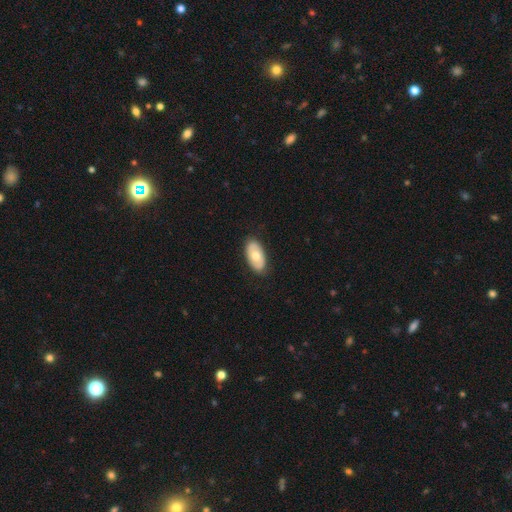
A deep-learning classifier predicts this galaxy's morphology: smooth-or-featured: smooth: 60% | featured or disk: 35% | star or artifact: 5%
  how-rounded: in between: 94% | round: 4% | cigar-shaped: 2%
  merging: none: 86% | minor disturbance: 11% | major disturbance: 2% | merger: 1%